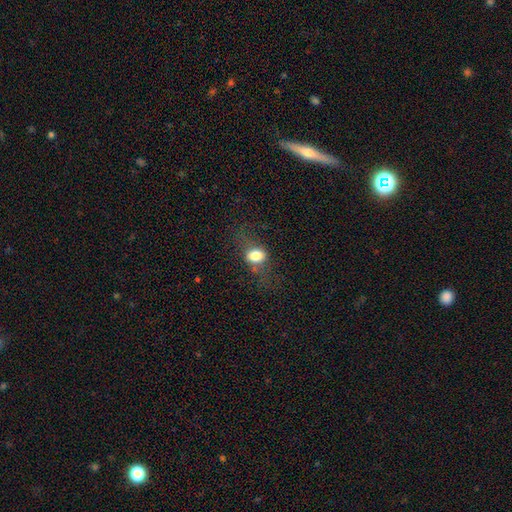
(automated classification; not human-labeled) This appears to be a smooth galaxy with no disk features (71%) that is in between round and cigar-shaped (58%). Merging: none (59%).